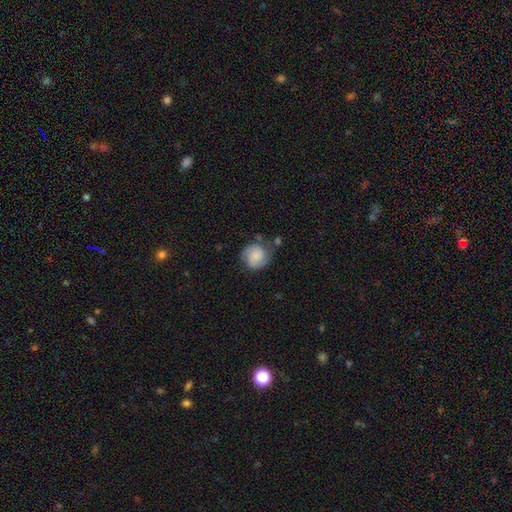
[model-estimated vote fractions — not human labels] This appears to be a smooth galaxy with no disk features (52%) that is round (83%). Merging: none (61%).